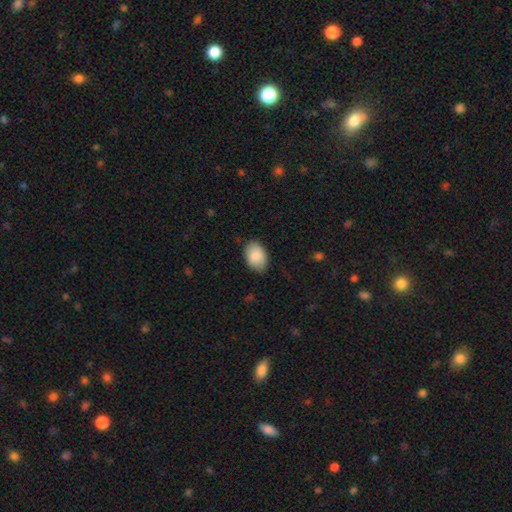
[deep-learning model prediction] smooth 89%, star or artifact 6%, featured or disk 4%. Down the decision tree: how rounded — in between (88%); merging — none (84%).